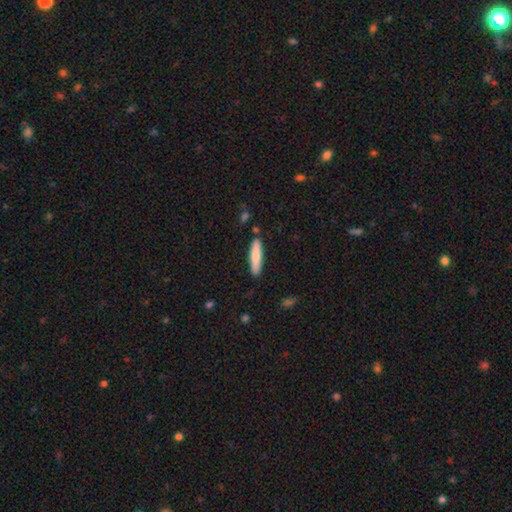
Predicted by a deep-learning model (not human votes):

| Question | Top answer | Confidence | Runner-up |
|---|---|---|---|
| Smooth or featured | smooth | 79% | featured or disk (16%) |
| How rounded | cigar-shaped | 82% | in between (16%) |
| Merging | none | 87% | minor disturbance (9%) |